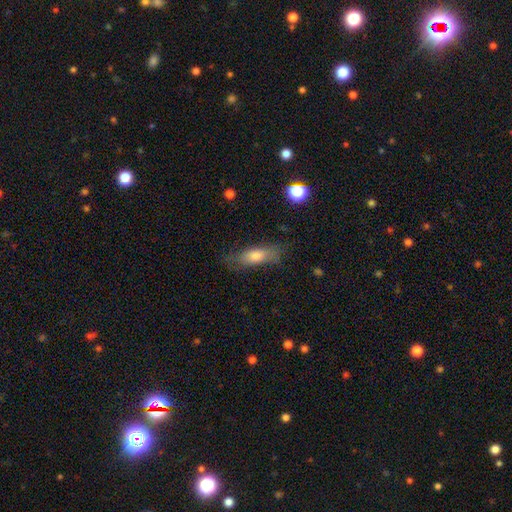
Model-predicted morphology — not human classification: Smooth or featured? smooth (70%)
How rounded? in between (54%)
Merging? none (72%)